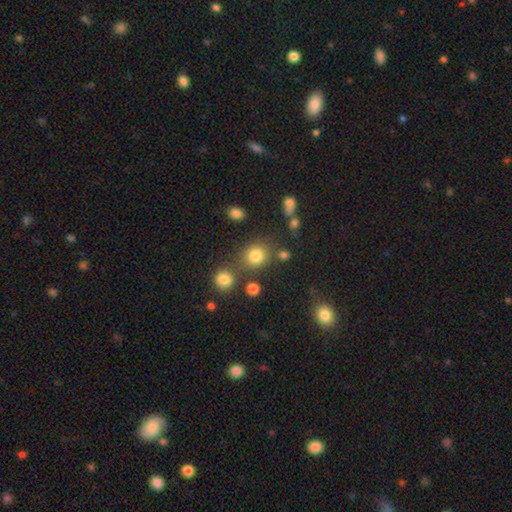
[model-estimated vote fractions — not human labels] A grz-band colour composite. It shows a smooth galaxy with no disk features (78%) that is round (76%). Merging: none (73%).